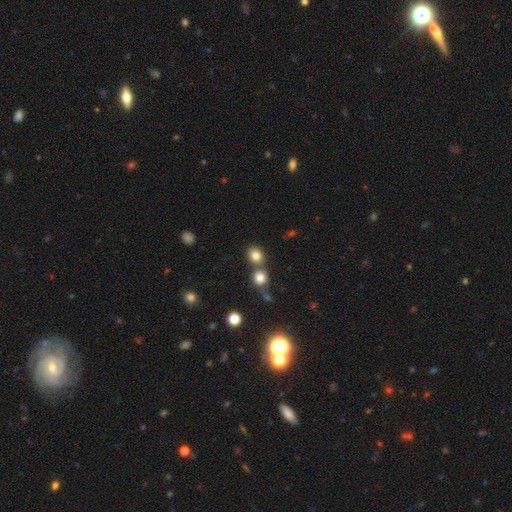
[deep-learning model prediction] Q: Smooth or featured?
A: smooth (81%); runner-up: star or artifact (12%)
Q: How rounded?
A: round (70%); runner-up: in between (29%)
Q: Merging?
A: none (57%); runner-up: merger (31%)